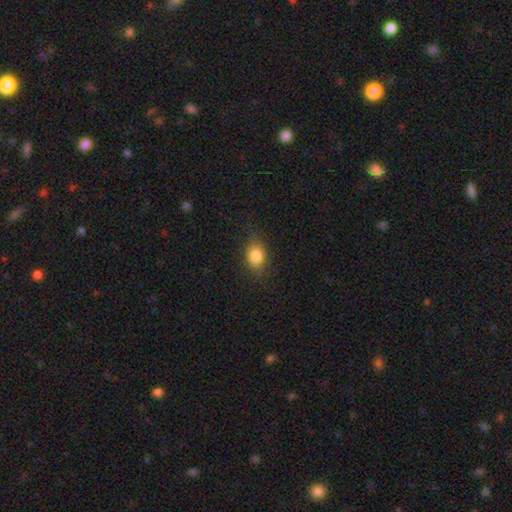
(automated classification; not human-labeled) A smooth galaxy with no disk features (83%) that is in between round and cigar-shaped (68%).

Vote fractions:
- Smooth or featured? smooth: 83% / star or artifact: 10% / featured or disk: 7%
- How rounded? in between: 68% / round: 30% / cigar-shaped: 2%
- Merging? none: 83% / minor disturbance: 13% / major disturbance: 3% / merger: 1%